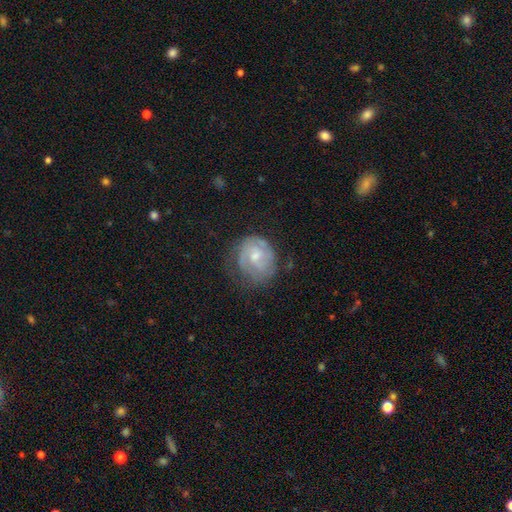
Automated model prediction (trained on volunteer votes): featured or disk 62%, smooth 31%, star or artifact 7%. Down the decision tree: edge-on disk — no (98%); bar — no (55%); spiral arms — yes (80%); bulge size — moderate (49%); merging — none (59%).